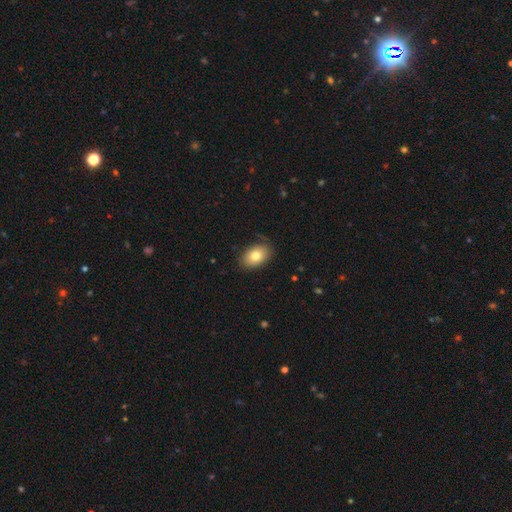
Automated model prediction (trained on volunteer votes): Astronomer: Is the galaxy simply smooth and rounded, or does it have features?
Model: smooth — 79%.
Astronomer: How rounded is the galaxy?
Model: in between — 88%.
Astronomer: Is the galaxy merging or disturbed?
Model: none — 82%.